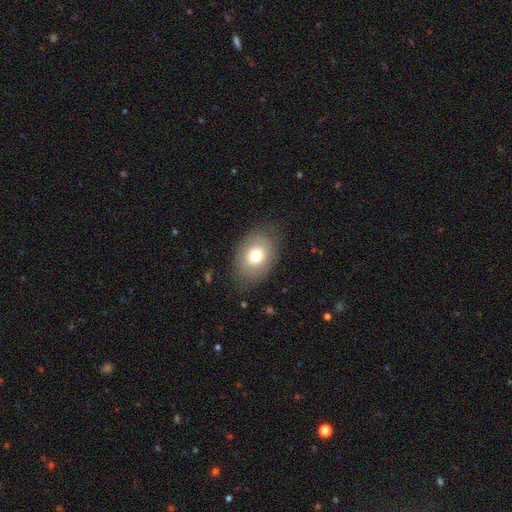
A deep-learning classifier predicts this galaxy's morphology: This is likely a smooth galaxy (73%). How rounded: likely in between (71%). Merging: likely none (78%).